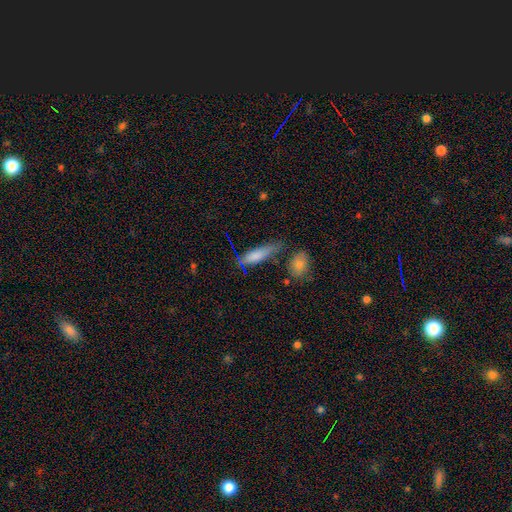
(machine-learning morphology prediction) This is likely a smooth galaxy (72%). How rounded: likely cigar-shaped (64%). Merging: possibly none (54%).